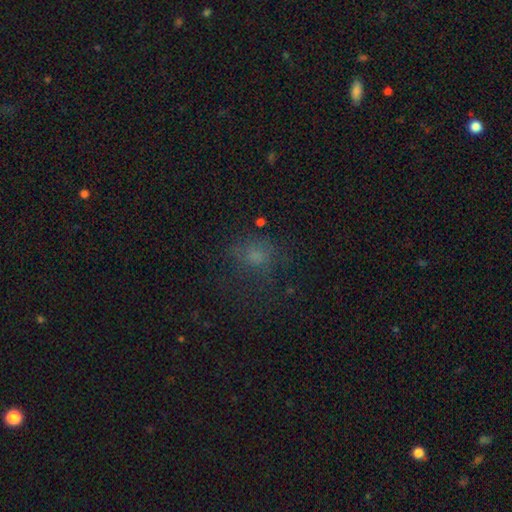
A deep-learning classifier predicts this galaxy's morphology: Smooth or featured? smooth (61%)
How rounded? round (63%)
Merging? none (60%)